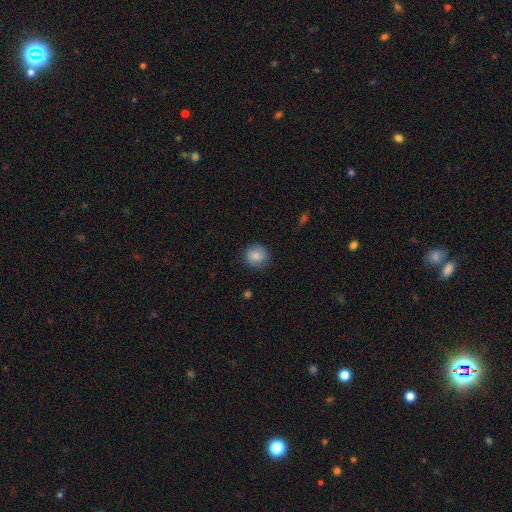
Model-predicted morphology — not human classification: A smooth galaxy with no disk features (82%) that is round (86%).

Vote fractions:
- Smooth or featured? smooth: 82% / featured or disk: 10% / star or artifact: 8%
- How rounded? round: 86% / in between: 13% / cigar-shaped: 1%
- Merging? none: 81% / minor disturbance: 14% / major disturbance: 4% / merger: 1%